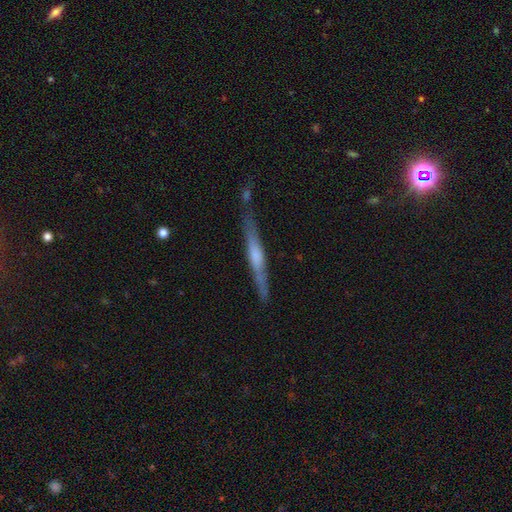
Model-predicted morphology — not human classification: A featured or disk galaxy (62%) viewed edge-on (95%) with a rounded central bulge (45%). Merging: none (76%).